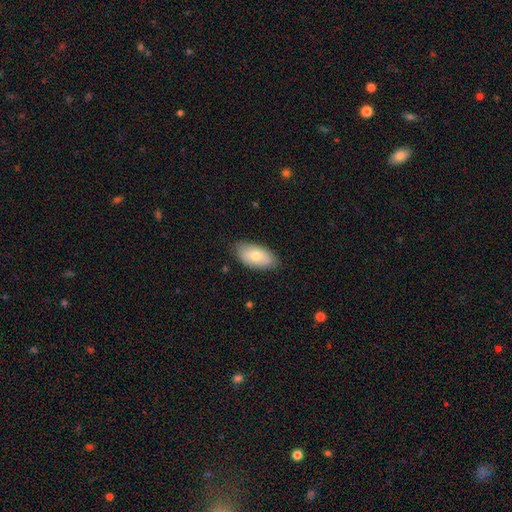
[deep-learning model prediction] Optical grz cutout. It shows a smooth galaxy with no disk features (71%) that is in between round and cigar-shaped (94%). Merging: none (83%).